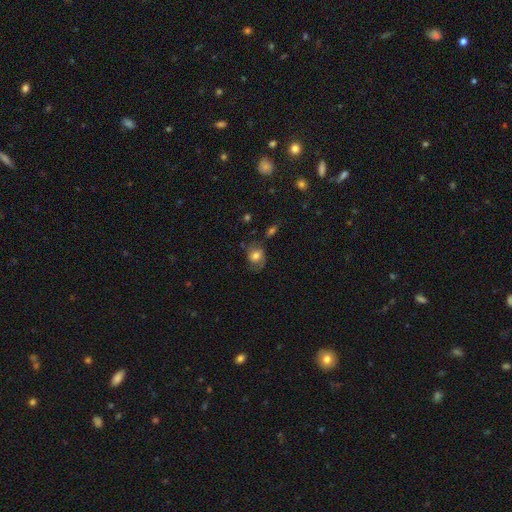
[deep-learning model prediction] Smooth or featured: smooth — 64% (featured or disk — 26%)
How rounded: in between — 50% (round — 48%)
Merging: none — 55% (minor disturbance — 27%)